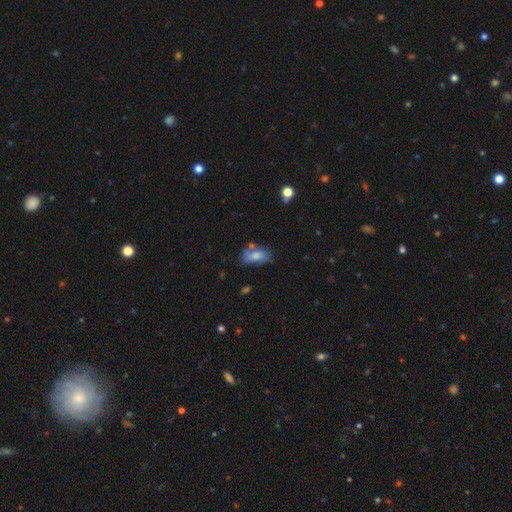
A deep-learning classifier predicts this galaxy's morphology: This appears to be a smooth galaxy with no disk features (67%) that is in between round and cigar-shaped (89%). Merging: none (48%).